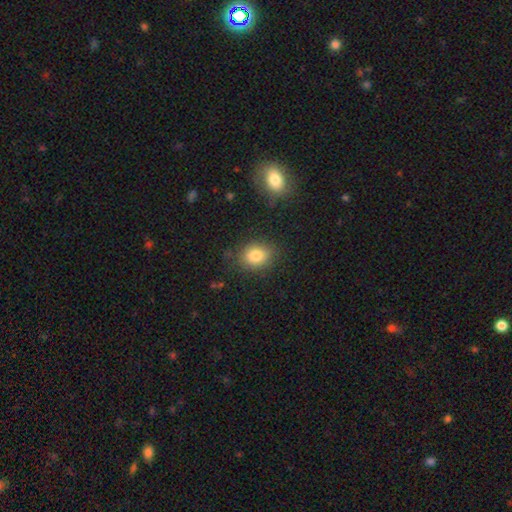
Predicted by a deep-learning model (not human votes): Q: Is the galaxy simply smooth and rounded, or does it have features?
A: smooth — 83%.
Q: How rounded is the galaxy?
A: in between — 52%.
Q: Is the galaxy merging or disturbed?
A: none — 82%.